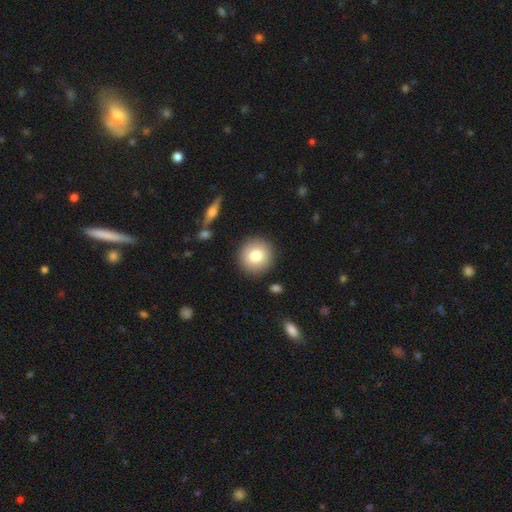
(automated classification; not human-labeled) Morphology: type=smooth (79%); roundness=round (94%); merging=none (90%).